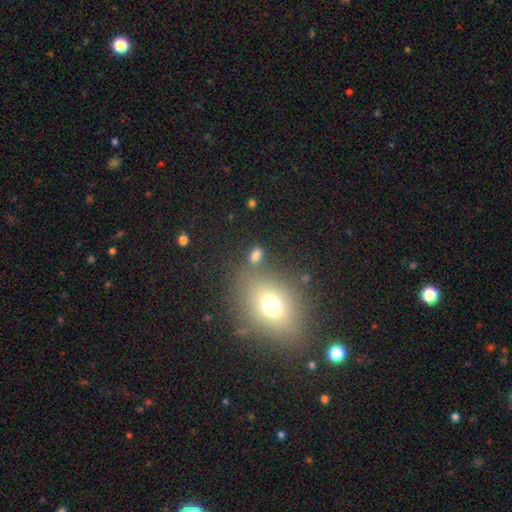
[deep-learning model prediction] Smooth or featured?
  - smooth: 75% *
  - star or artifact: 17%
  - featured or disk: 8%
How rounded?
  - in between: 76% *
  - round: 21%
  - cigar-shaped: 3%
Merging?
  - none: 70% *
  - merger: 12%
  - minor disturbance: 12%
  - major disturbance: 6%